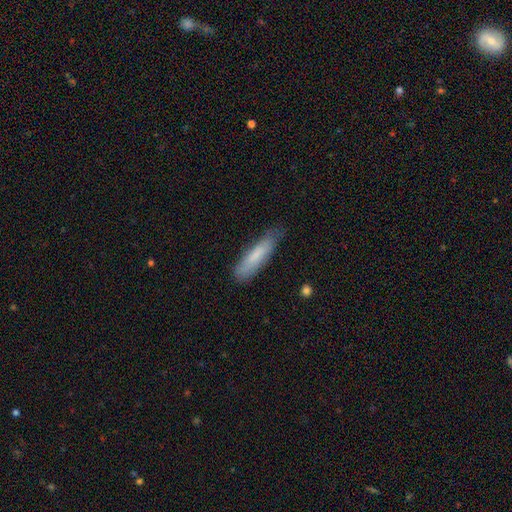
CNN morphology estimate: A smooth galaxy with no disk features (78%) that is cigar-shaped (72%).

Vote fractions:
- Smooth or featured? smooth: 78% / featured or disk: 16% / star or artifact: 6%
- How rounded? cigar-shaped: 72% / in between: 27% / round: 1%
- Merging? none: 69% / minor disturbance: 25% / major disturbance: 5% / merger: 1%